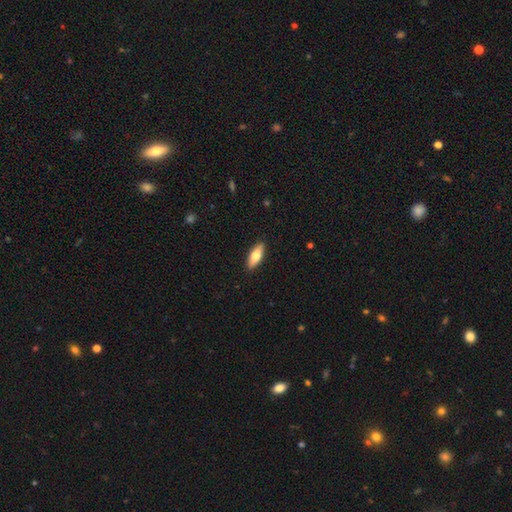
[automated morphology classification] Overall: smooth (71%). How rounded: in between (65%; cigar-shaped 33%). Merging: none (90%).